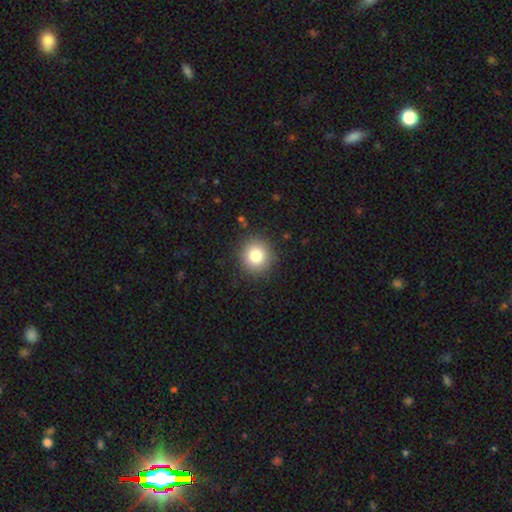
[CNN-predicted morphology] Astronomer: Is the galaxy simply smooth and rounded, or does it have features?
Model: smooth — 81%.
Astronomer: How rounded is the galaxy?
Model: round — 90%.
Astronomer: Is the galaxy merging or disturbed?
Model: none — 90%.